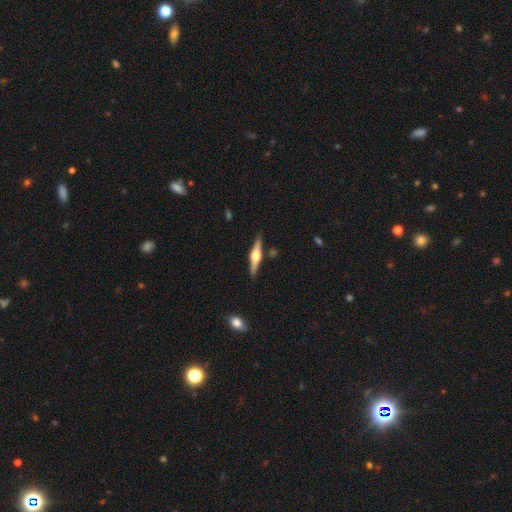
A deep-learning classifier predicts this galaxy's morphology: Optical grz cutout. It shows a featured or disk galaxy (75%) viewed edge-on (98%) with a rounded central bulge (91%). Merging: none (87%).